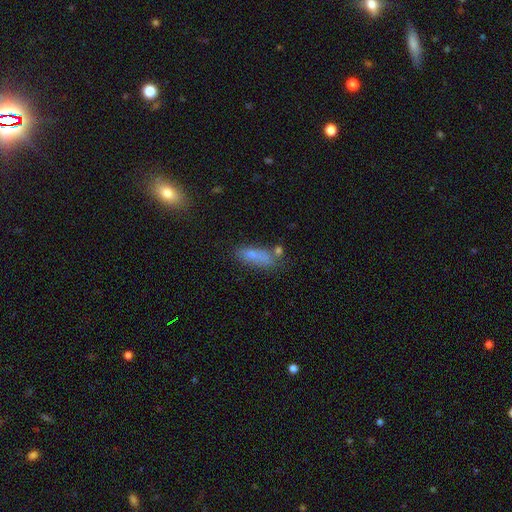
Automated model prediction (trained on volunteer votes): A smooth galaxy with no disk features (76%) that is in between round and cigar-shaped (61%).

Vote fractions:
- Smooth or featured? smooth: 76% / featured or disk: 13% / star or artifact: 11%
- How rounded? in between: 61% / cigar-shaped: 35% / round: 4%
- Merging? none: 61% / minor disturbance: 20% / merger: 12% / major disturbance: 7%